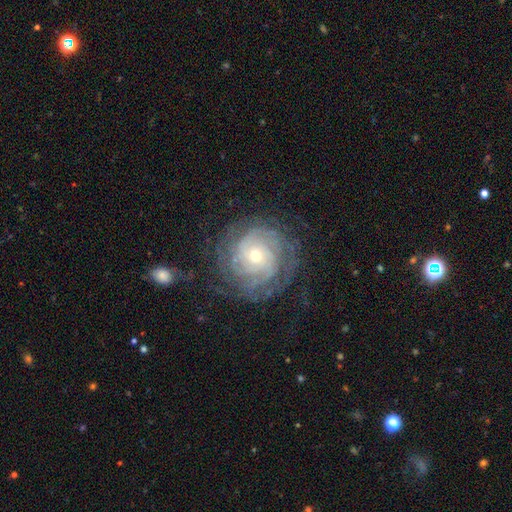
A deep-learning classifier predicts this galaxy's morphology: Overall: featured or disk (85%). Edge-on disk: no (97%). Bar: no (76%). Spiral arms: yes (96%). Spiral arm count: can't tell (36%; 3 16%). Spiral winding: tight (77%). Bulge size: small (52%; moderate 44%). Merging: none (76%).